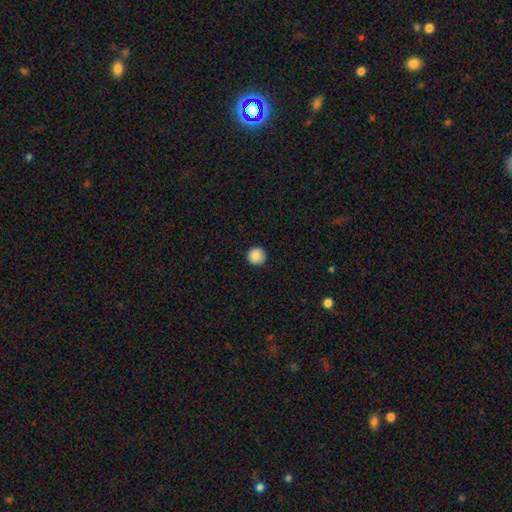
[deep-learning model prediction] Smooth or featured?
  - smooth: 89% *
  - star or artifact: 9%
  - featured or disk: 3%
How rounded?
  - round: 96% *
  - in between: 3%
  - cigar-shaped: 1%
Merging?
  - none: 90% *
  - minor disturbance: 7%
  - major disturbance: 2%
  - merger: 1%